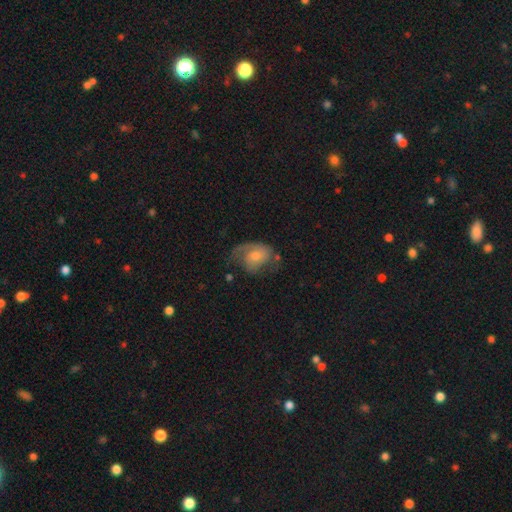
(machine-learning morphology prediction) type=featured or disk (62%); edge-on=no (97%); bar=no (69%); spiral arms=yes (85%); winding=medium (43%); arm count=2 (51%); bulge=moderate (49%); merging=none (48%).